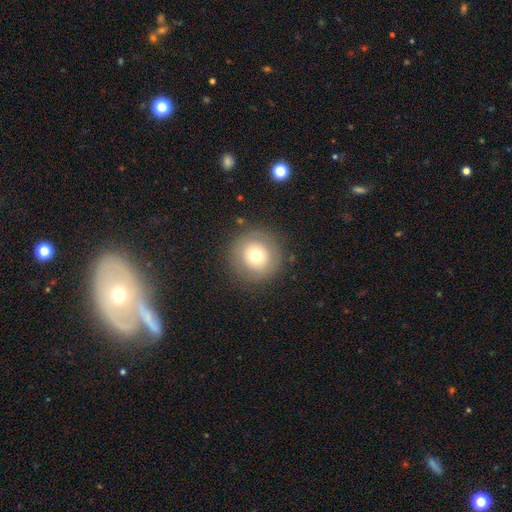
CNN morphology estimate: Smooth or featured? Predicted: smooth (p=0.67). How rounded? Predicted: round (p=0.96). Merging? Predicted: none (p=0.86).